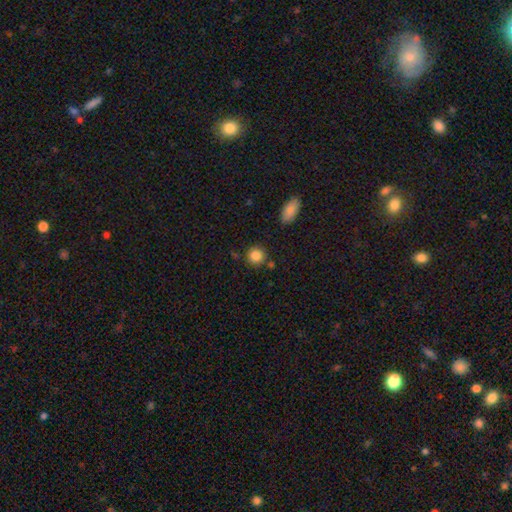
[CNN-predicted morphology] A smooth galaxy with no disk features (86%) that is round (91%).

Vote fractions:
- Smooth or featured? smooth: 86% / star or artifact: 10% / featured or disk: 5%
- How rounded? round: 91% / in between: 8% / cigar-shaped: 1%
- Merging? none: 82% / minor disturbance: 9% / merger: 6% / major disturbance: 3%